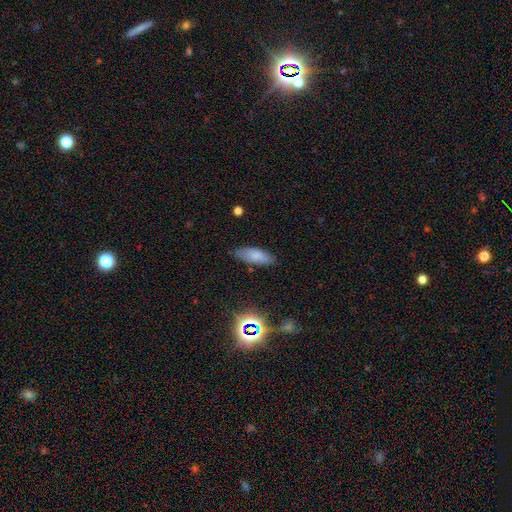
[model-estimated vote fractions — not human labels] Smooth or featured? Predicted: smooth (p=0.75). How rounded? Predicted: in between (p=0.73). Merging? Predicted: none (p=0.81).